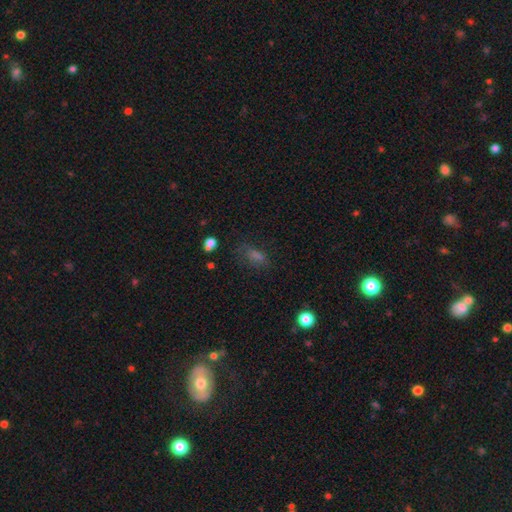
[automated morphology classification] A smooth galaxy with no disk features (57%) that is in between round and cigar-shaped (74%). Merging: none (67%).